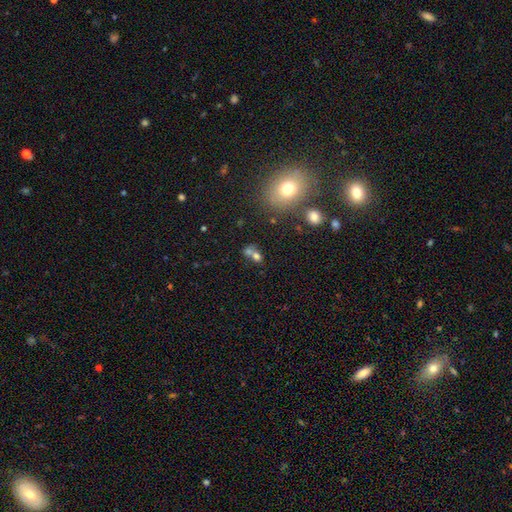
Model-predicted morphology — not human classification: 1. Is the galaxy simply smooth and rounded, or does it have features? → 70% smooth, 15% star or artifact, 15% featured or disk.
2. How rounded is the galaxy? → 51% in between, 47% round, 2% cigar-shaped.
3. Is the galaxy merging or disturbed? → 55% merger, 31% none, 8% minor disturbance, 5% major disturbance.